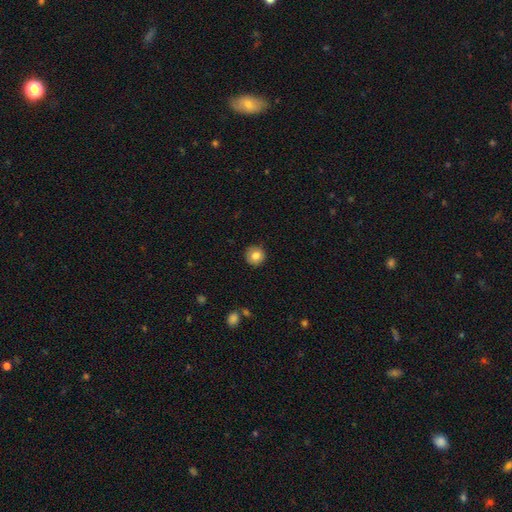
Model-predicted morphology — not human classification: This is clearly a smooth galaxy (82%). How rounded: clearly round (94%). Merging: clearly none (89%).